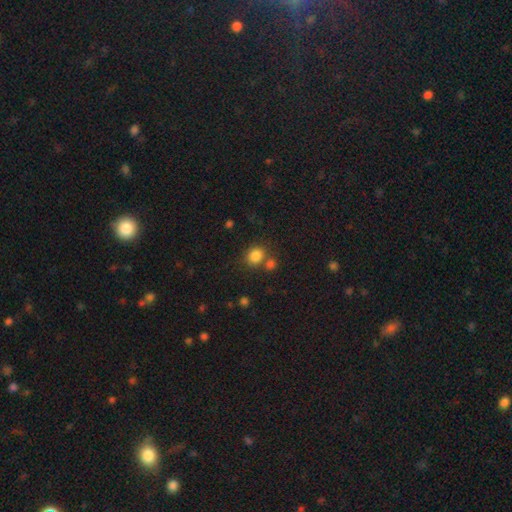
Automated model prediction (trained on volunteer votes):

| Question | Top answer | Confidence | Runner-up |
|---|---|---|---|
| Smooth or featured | smooth | 83% | star or artifact (12%) |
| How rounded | round | 69% | in between (30%) |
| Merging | none | 66% | merger (20%) |